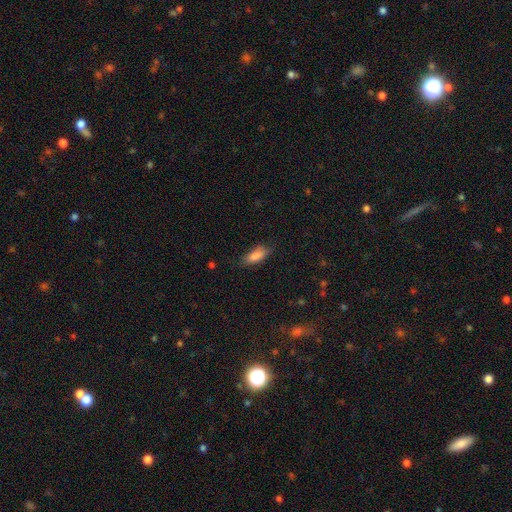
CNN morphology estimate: A smooth galaxy with no disk features (85%) that is in between round and cigar-shaped (75%). Merging: none (76%).